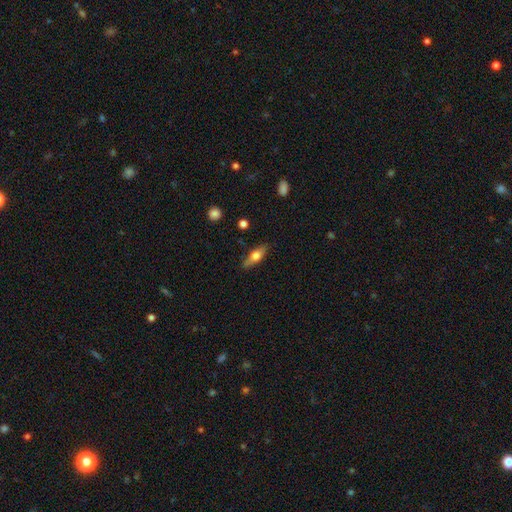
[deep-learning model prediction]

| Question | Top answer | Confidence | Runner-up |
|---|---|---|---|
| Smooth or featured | smooth | 50% | featured or disk (44%) |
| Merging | none | 83% | minor disturbance (13%) |